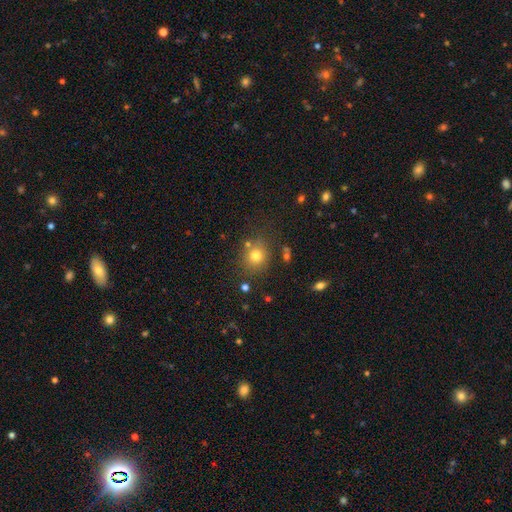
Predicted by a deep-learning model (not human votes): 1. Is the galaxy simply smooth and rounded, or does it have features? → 76% smooth, 15% star or artifact, 9% featured or disk.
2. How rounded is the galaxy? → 83% round, 16% in between, 1% cigar-shaped.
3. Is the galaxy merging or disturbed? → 77% none, 11% minor disturbance, 7% merger, 4% major disturbance.